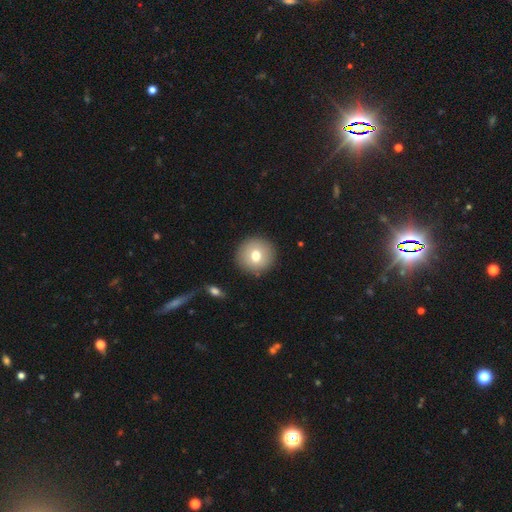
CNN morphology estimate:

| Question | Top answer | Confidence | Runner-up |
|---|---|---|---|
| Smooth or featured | smooth | 74% | featured or disk (16%) |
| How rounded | round | 94% | in between (5%) |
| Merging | none | 90% | minor disturbance (6%) |